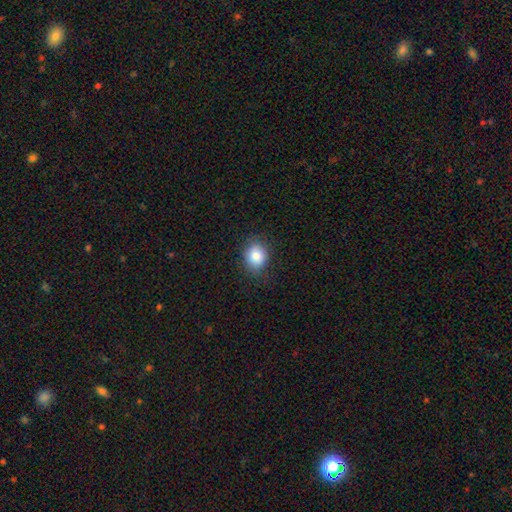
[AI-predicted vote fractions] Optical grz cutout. It shows a smooth galaxy with no disk features (84%) that is round (58%). Merging: none (84%).